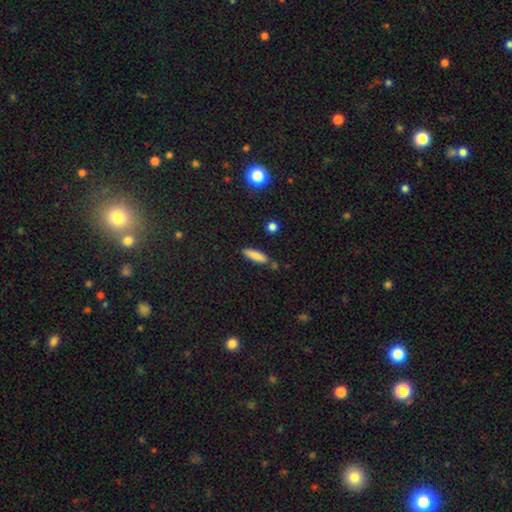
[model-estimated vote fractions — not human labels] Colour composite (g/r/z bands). It shows a smooth galaxy with no disk features (83%) that is cigar-shaped (68%). Merging: none (80%).